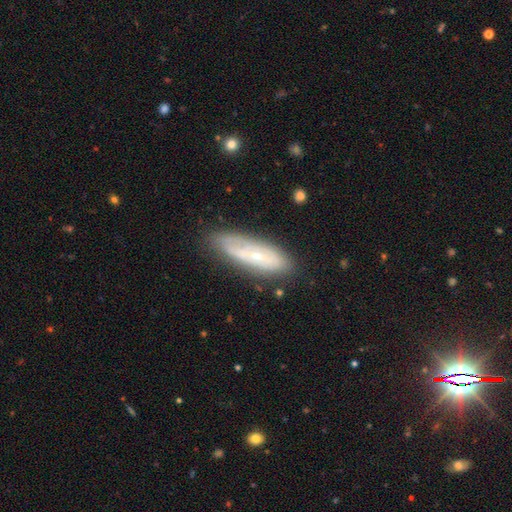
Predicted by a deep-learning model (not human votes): Smooth or featured: featured or disk — 60% (smooth — 33%)
Edge-on disk: no — 74% (yes — 26%)
Merging: none — 73% (minor disturbance — 19%)